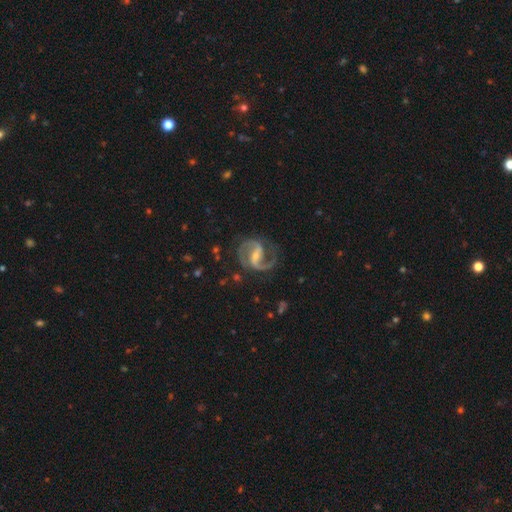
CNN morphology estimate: smooth_or_featured: featured or disk (p=0.92) [alt: star or artifact p=0.04]
disk_edge_on: no (p=0.98) [alt: yes p=0.02]
bar: strong (p=0.48) [alt: weak p=0.39]
has_spiral_arms: yes (p=0.98) [alt: no p=0.02]
spiral_winding: medium (p=0.63) [alt: loose p=0.21]
spiral_arm_count: 2 (p=0.92) [alt: 1 p=0.03]
bulge_size: small (p=0.57) [alt: moderate p=0.36]
merging: none (p=0.76) [alt: minor disturbance p=0.15]